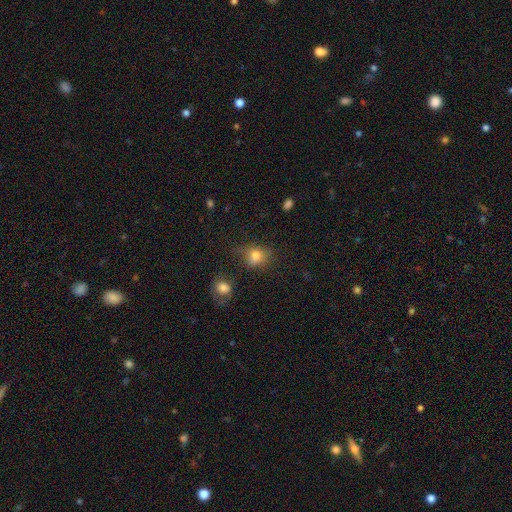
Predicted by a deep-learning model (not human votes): smooth 80%, star or artifact 12%, featured or disk 9%. Down the decision tree: how rounded — round (51%); merging — none (55%).